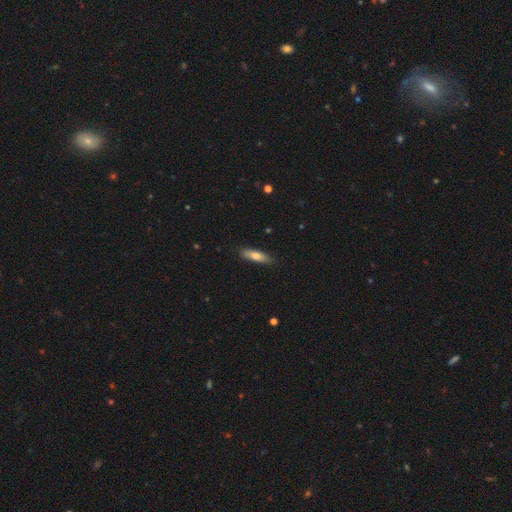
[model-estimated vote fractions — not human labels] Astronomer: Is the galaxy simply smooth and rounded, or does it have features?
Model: smooth — 73%.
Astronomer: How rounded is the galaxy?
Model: cigar-shaped — 64%.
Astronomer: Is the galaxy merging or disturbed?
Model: none — 86%.